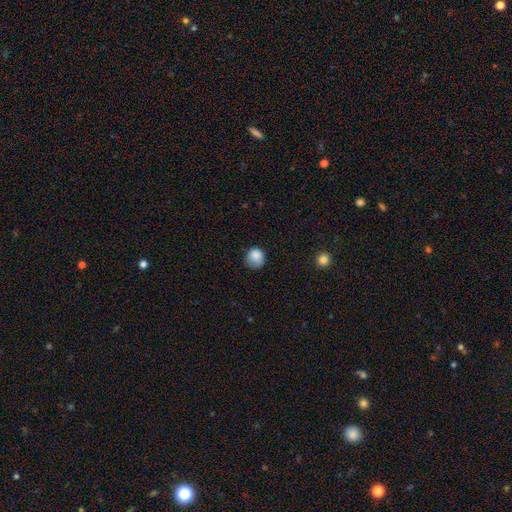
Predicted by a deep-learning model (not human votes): Smooth or featured: smooth — 84% (star or artifact — 9%)
How rounded: round — 85% (in between — 14%)
Merging: none — 61% (minor disturbance — 28%)